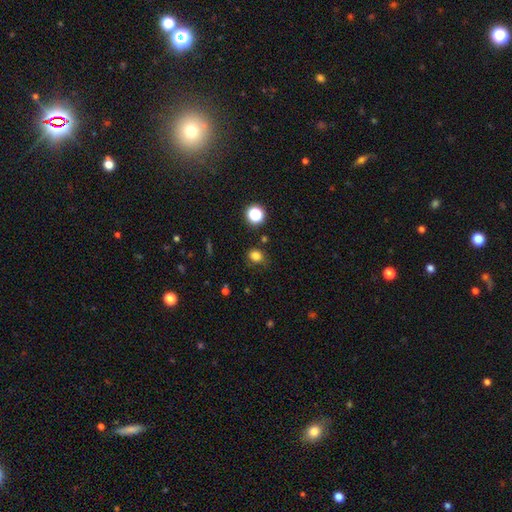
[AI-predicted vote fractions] smooth_or_featured: smooth (p=0.80) [alt: star or artifact p=0.15]
how_rounded: round (p=0.54) [alt: in between p=0.45]
merging: none (p=0.75) [alt: minor disturbance p=0.17]